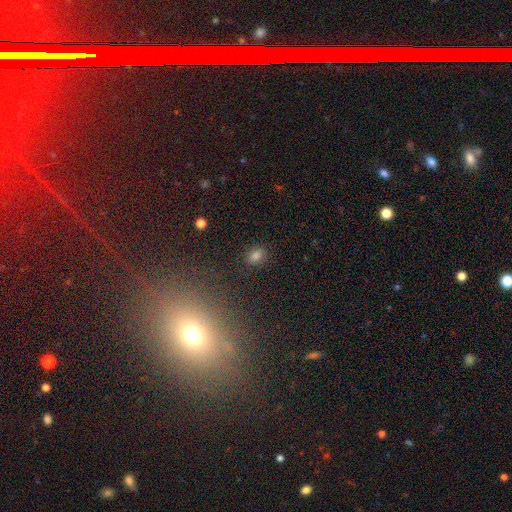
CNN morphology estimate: Smooth or featured? smooth (76%)
How rounded? in between (64%)
Merging? none (87%)